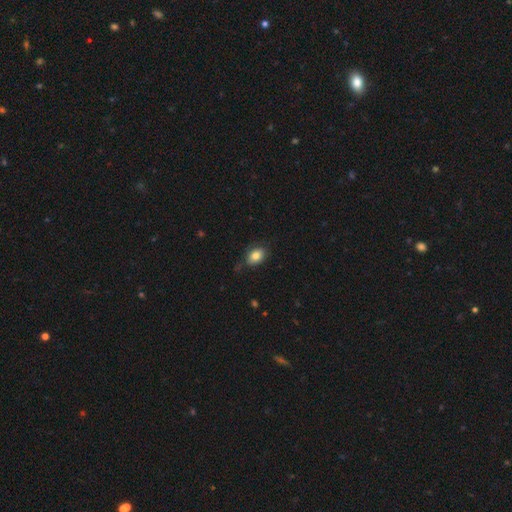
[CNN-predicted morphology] smooth-or-featured: smooth: 82% | featured or disk: 9% | star or artifact: 9%
  how-rounded: in between: 78% | round: 21% | cigar-shaped: 1%
  merging: none: 73% | minor disturbance: 20% | major disturbance: 5% | merger: 2%